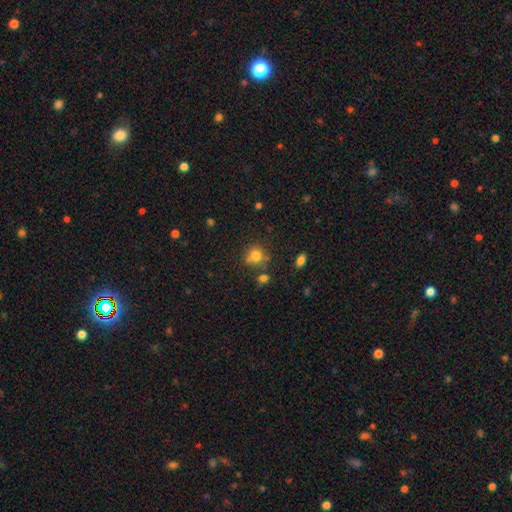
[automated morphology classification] This appears to be a smooth galaxy with no disk features (78%) that is round (84%). Merging: none (66%).